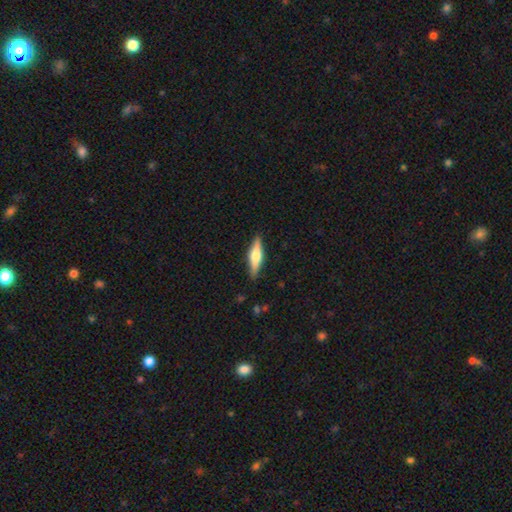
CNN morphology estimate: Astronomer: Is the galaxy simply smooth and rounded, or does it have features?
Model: featured or disk — 51% (runner-up: smooth, 43%).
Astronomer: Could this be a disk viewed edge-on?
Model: yes — 95%.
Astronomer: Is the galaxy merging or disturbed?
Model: none — 88%.